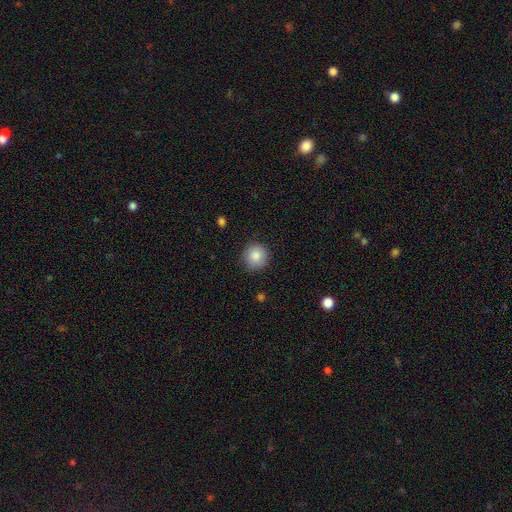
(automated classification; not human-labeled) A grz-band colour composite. It shows a smooth galaxy with no disk features (85%) that is round (92%). Merging: none (85%).